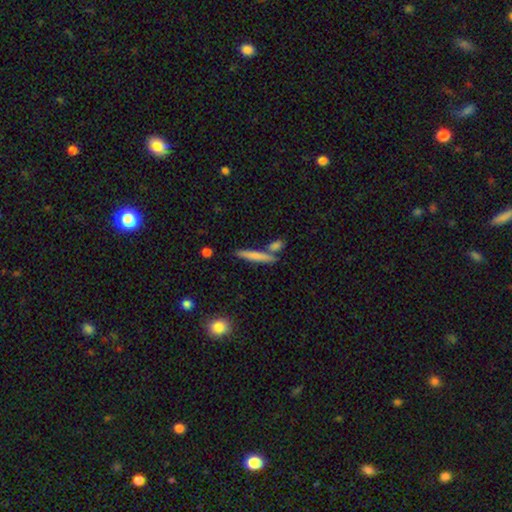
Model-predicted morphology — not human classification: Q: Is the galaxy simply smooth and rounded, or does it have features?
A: smooth — 69%.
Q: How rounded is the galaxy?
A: cigar-shaped — 91%.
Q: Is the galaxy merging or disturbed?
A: none — 73%.